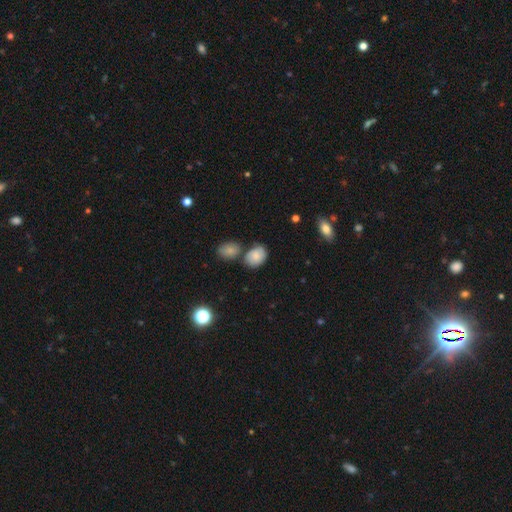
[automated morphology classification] smooth_or_featured: smooth (p=0.74) [alt: featured or disk p=0.17]
how_rounded: in between (p=0.62) [alt: round p=0.37]
merging: none (p=0.55) [alt: merger p=0.21]